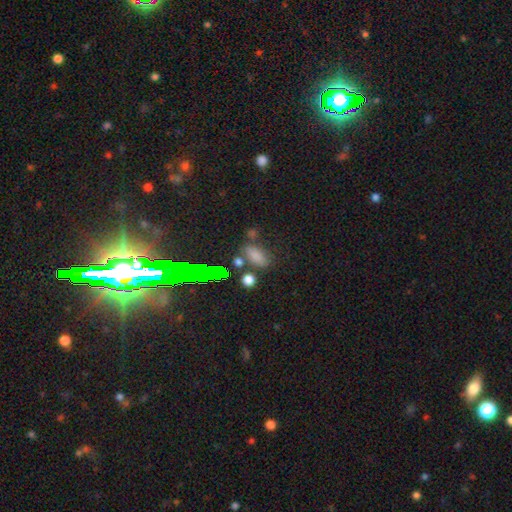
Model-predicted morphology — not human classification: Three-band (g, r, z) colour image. It shows a smooth galaxy with no disk features (72%) that is in between round and cigar-shaped (81%). Merging: none (62%).